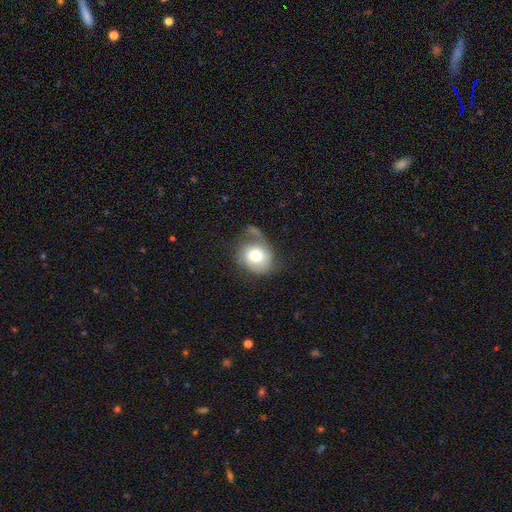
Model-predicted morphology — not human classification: smooth_or_featured: smooth (p=0.62) [alt: featured or disk p=0.31]
how_rounded: round (p=0.64) [alt: in between p=0.36]
merging: none (p=0.36) [alt: minor disturbance p=0.29]